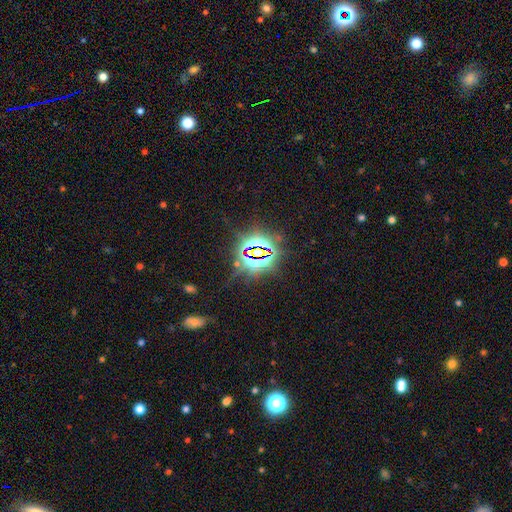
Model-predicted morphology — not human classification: Smooth or featured? Predicted: star or artifact (p=0.84).